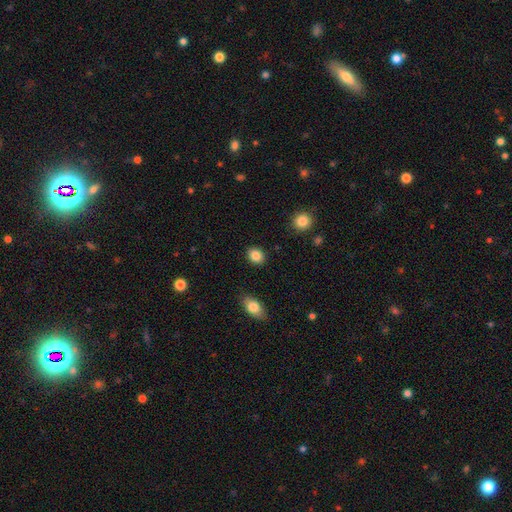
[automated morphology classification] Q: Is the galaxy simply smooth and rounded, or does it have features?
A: smooth — 86%.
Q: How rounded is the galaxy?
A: round — 53%.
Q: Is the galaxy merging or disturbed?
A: none — 89%.